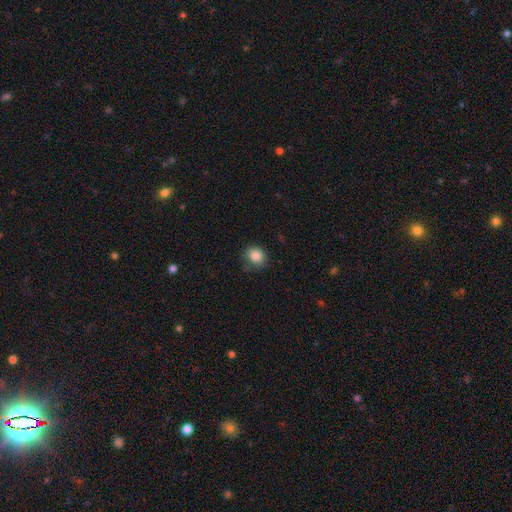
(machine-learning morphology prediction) A smooth galaxy with no disk features (85%) that is round (73%).

Vote fractions:
- Smooth or featured? smooth: 85% / star or artifact: 9% / featured or disk: 6%
- How rounded? round: 73% / in between: 26% / cigar-shaped: 1%
- Merging? none: 65% / minor disturbance: 26% / major disturbance: 8% / merger: 1%